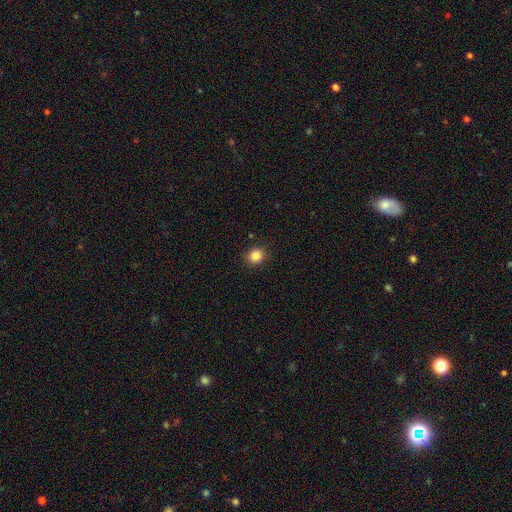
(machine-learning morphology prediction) Smooth or featured?
  - smooth: 84% *
  - star or artifact: 11%
  - featured or disk: 4%
How rounded?
  - round: 84% *
  - in between: 16%
  - cigar-shaped: 1%
Merging?
  - none: 90% *
  - minor disturbance: 7%
  - major disturbance: 2%
  - merger: 1%